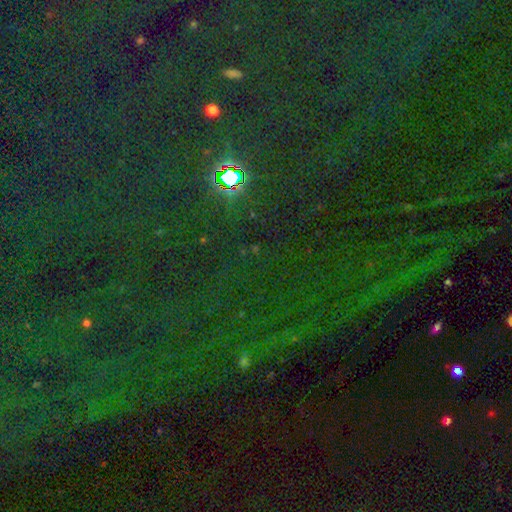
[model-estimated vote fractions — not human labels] Smooth or featured?
  - star or artifact: 81% *
  - smooth: 11%
  - featured or disk: 8%